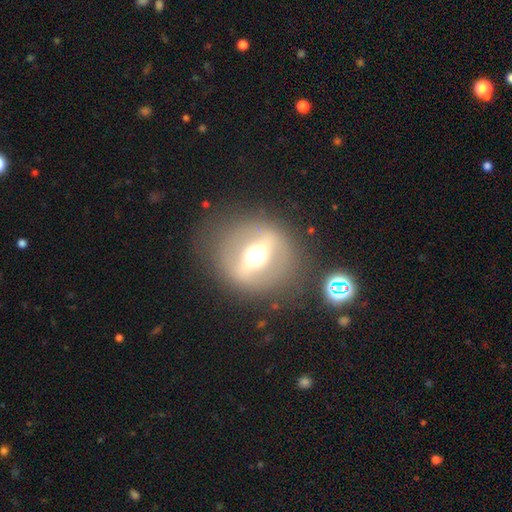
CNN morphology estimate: type=featured or disk (61%); edge-on=no (69%); merging=none (80%).